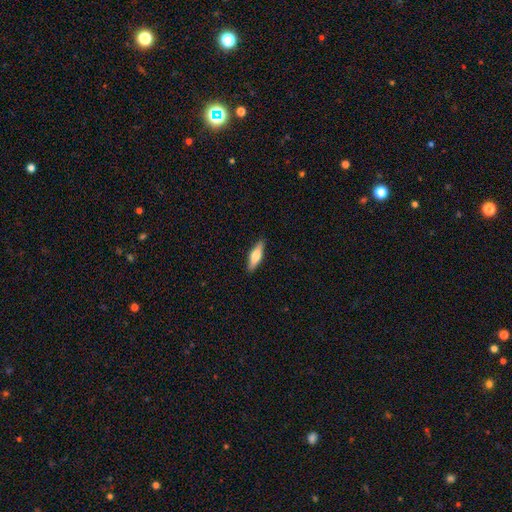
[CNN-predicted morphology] Smooth or featured? Predicted: smooth (p=0.58). How rounded? Predicted: cigar-shaped (p=0.56). Merging? Predicted: none (p=0.89).